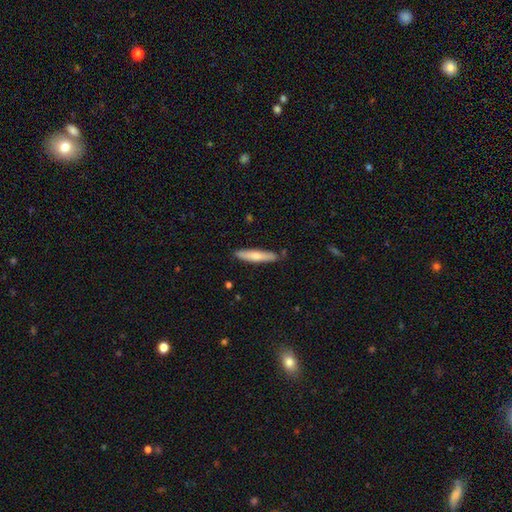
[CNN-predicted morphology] This is likely a smooth galaxy (64%). How rounded: clearly cigar-shaped (87%). Merging: clearly none (86%).